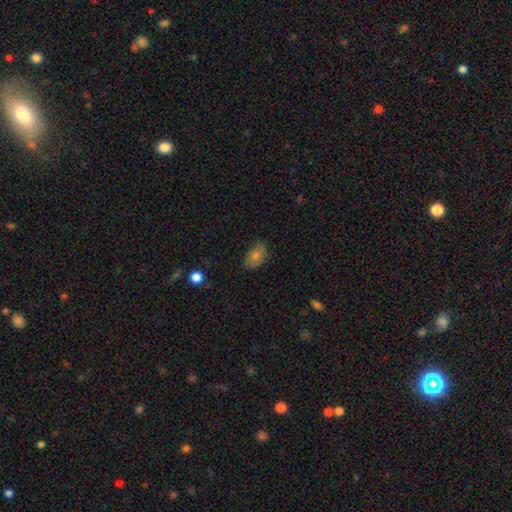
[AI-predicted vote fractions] Smooth or featured?
  - smooth: 67% *
  - featured or disk: 21%
  - star or artifact: 12%
How rounded?
  - in between: 88% *
  - round: 10%
  - cigar-shaped: 2%
Merging?
  - none: 80% *
  - minor disturbance: 15%
  - major disturbance: 3%
  - merger: 1%